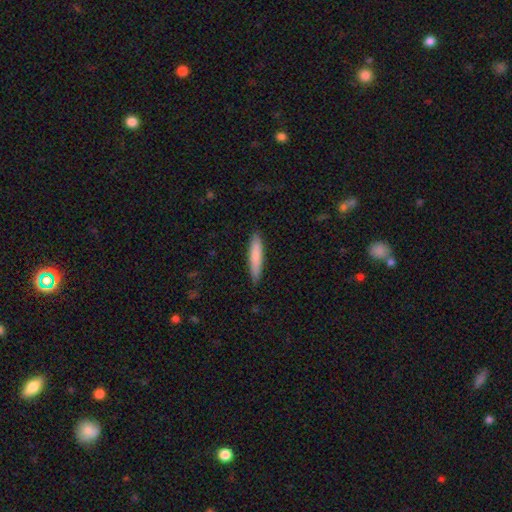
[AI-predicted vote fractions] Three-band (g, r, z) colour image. It shows a smooth galaxy with no disk features (82%) that is cigar-shaped (88%). Merging: none (87%).